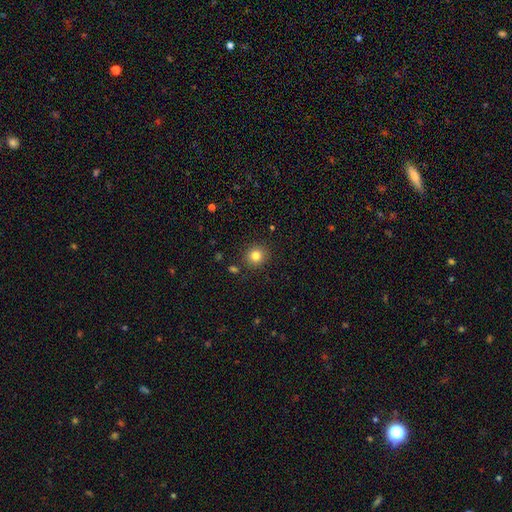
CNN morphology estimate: This appears to be a smooth galaxy with no disk features (82%) that is round (90%). Merging: none (89%).